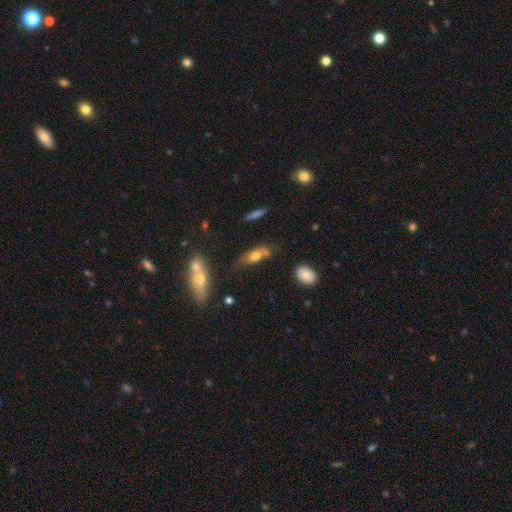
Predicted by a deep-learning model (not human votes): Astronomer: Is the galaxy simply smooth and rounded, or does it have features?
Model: smooth — 64%.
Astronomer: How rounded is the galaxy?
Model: in between — 72%.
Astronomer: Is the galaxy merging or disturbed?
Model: none — 40% (runner-up: minor disturbance, 25%).